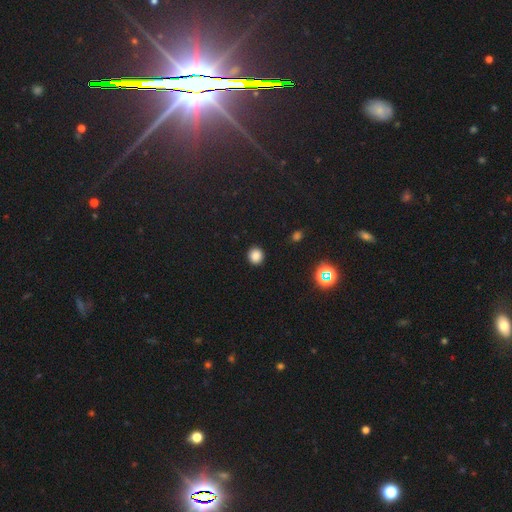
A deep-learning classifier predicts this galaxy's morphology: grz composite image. It shows a smooth galaxy with no disk features (83%) that is round (89%). Merging: none (91%).